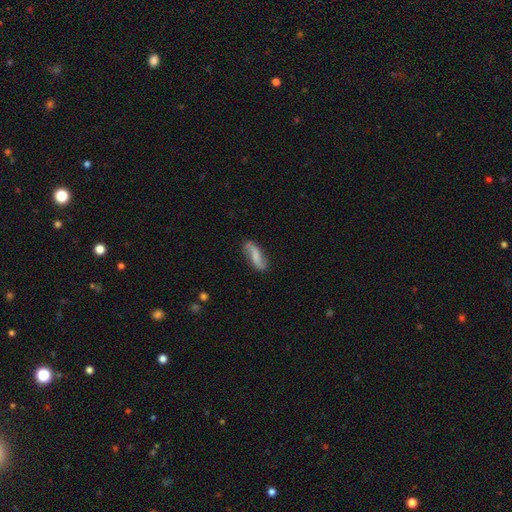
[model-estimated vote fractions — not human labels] Morphology: type=featured or disk (49%); merging=none (69%).